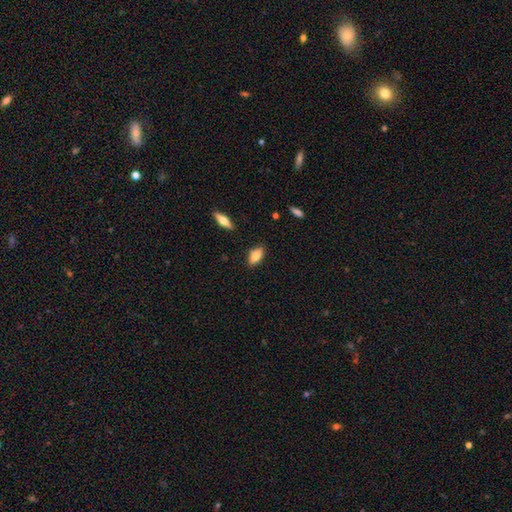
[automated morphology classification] Smooth or featured?
  - smooth: 78% *
  - featured or disk: 15%
  - star or artifact: 7%
How rounded?
  - in between: 85% *
  - cigar-shaped: 11%
  - round: 4%
Merging?
  - none: 85% *
  - minor disturbance: 11%
  - major disturbance: 2%
  - merger: 2%